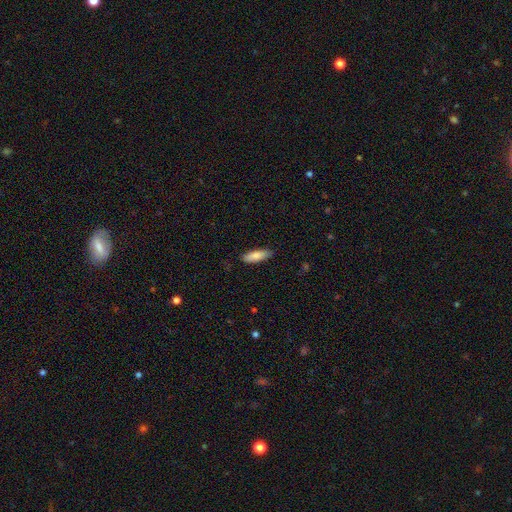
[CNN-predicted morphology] Overall: smooth (83%). How rounded: in between (53%; cigar-shaped 45%). Merging: none (86%).